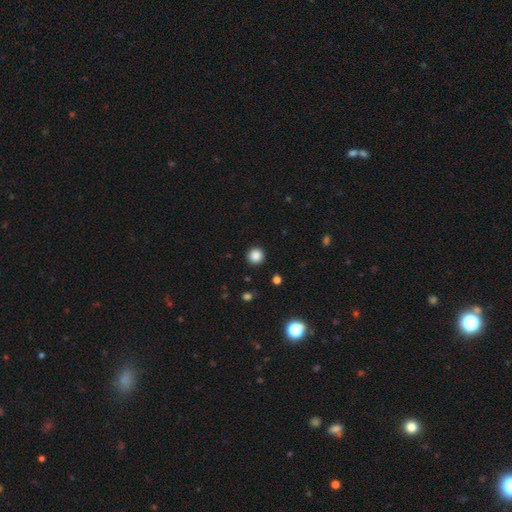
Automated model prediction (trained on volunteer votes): Smooth or featured? smooth (86%)
How rounded? round (95%)
Merging? none (92%)